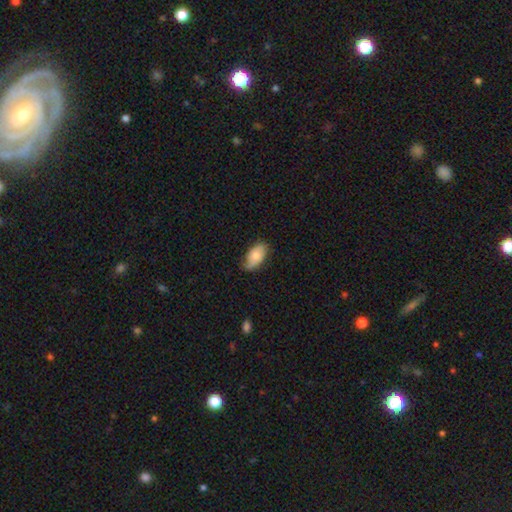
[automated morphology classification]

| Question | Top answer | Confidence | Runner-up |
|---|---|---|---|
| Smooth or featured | smooth | 75% | featured or disk (19%) |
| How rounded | in between | 93% | round (4%) |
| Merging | none | 66% | minor disturbance (27%) |